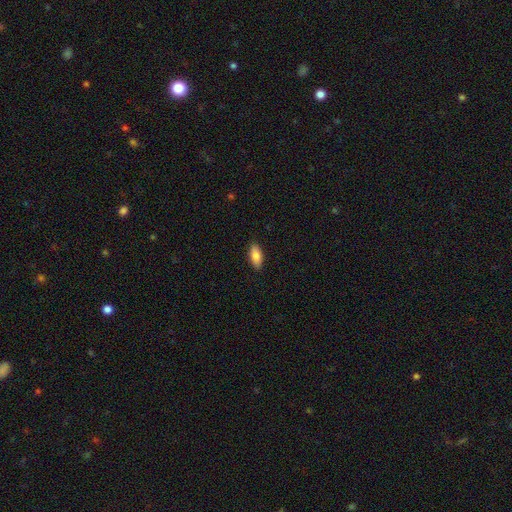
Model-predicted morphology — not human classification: Overall: smooth (82%). How rounded: in between (83%). Merging: none (88%).